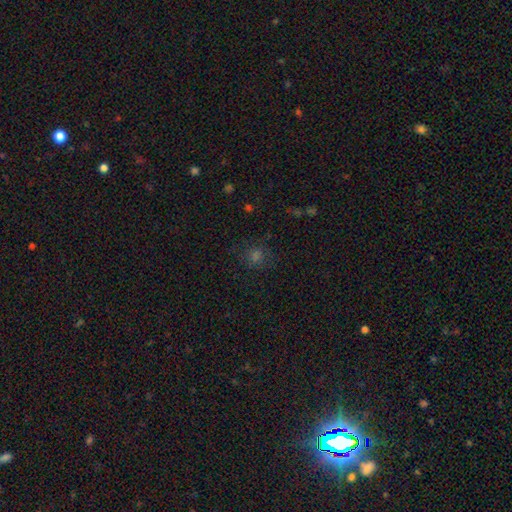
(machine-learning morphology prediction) This appears to be a smooth galaxy with no disk features (54%) that is round (85%). Merging: none (82%).